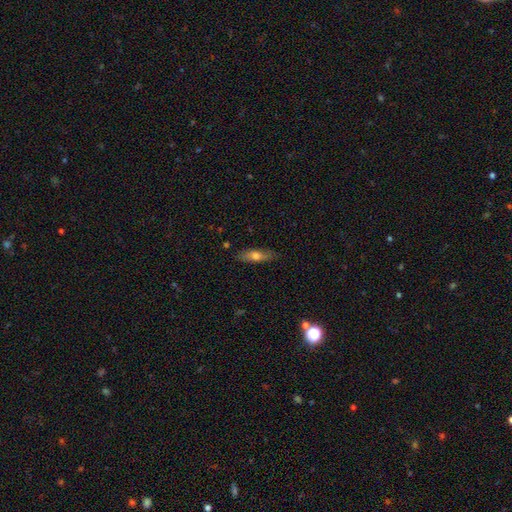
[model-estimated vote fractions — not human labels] A smooth galaxy with no disk features (64%) that is cigar-shaped (50%). Merging: none (83%).